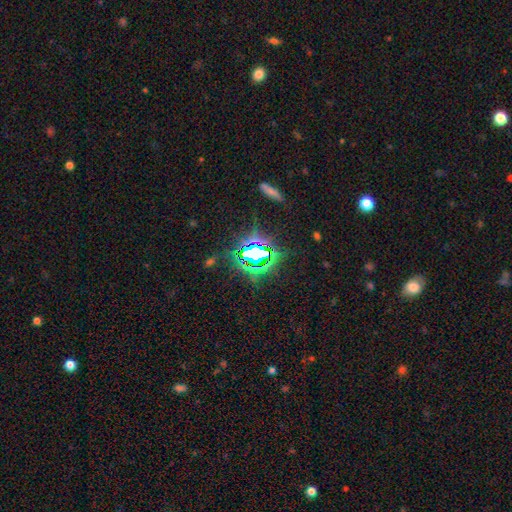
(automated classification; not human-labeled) star or artifact 77%, smooth 13%, featured or disk 10%.